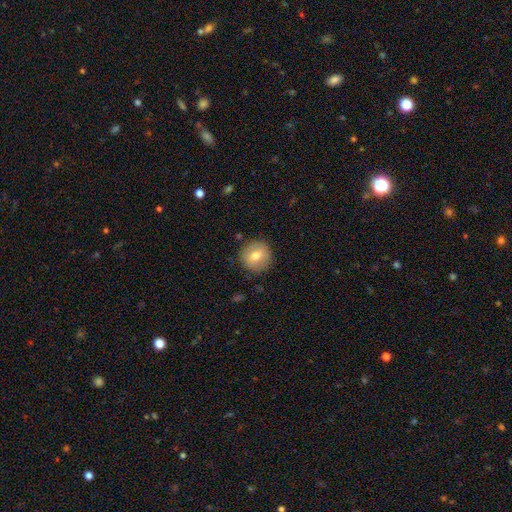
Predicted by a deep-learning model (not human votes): This is likely a smooth galaxy (74%). How rounded: clearly round (93%). Merging: clearly none (88%).